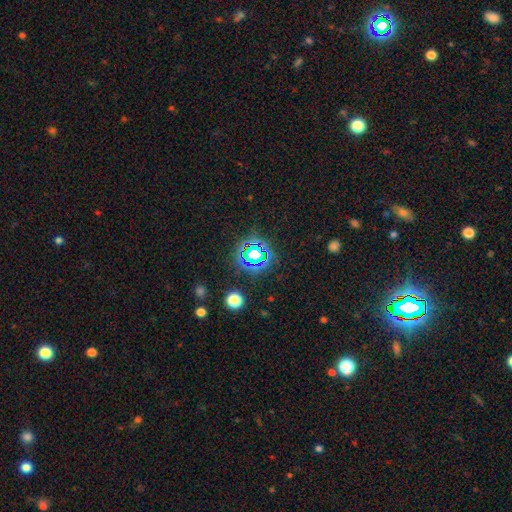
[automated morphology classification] Smooth or featured? star or artifact (70%)